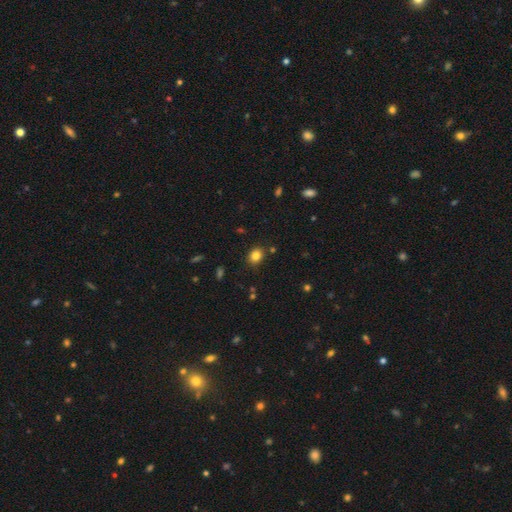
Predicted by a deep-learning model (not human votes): Smooth or featured?
  - smooth: 83% *
  - star or artifact: 12%
  - featured or disk: 5%
How rounded?
  - round: 53% *
  - in between: 46%
  - cigar-shaped: 1%
Merging?
  - none: 86% *
  - minor disturbance: 9%
  - merger: 3%
  - major disturbance: 3%